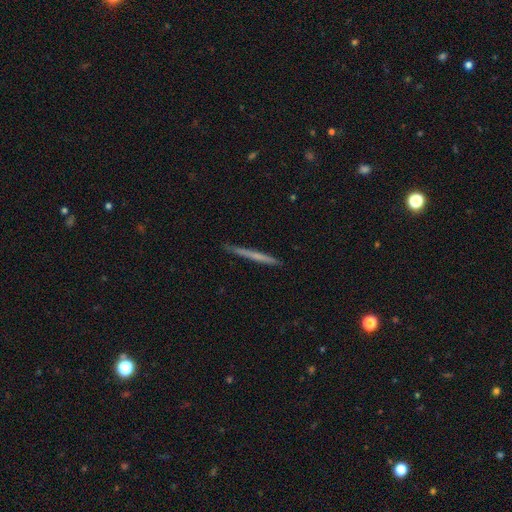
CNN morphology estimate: Smooth or featured? Predicted: smooth (p=0.50). Merging? Predicted: none (p=0.90).